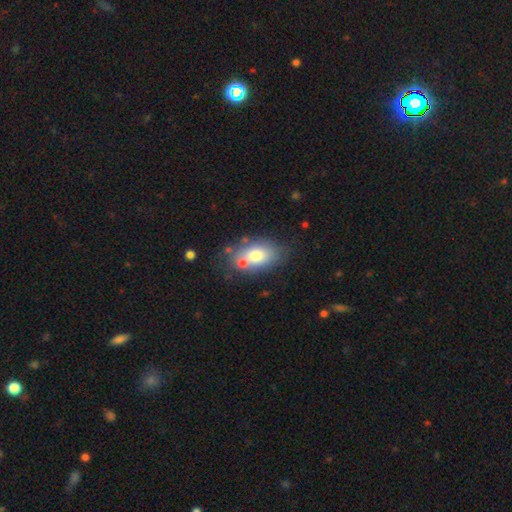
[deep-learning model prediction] A smooth galaxy with no disk features (73%) that is in between round and cigar-shaped (86%).

Vote fractions:
- Smooth or featured? smooth: 73% / featured or disk: 19% / star or artifact: 9%
- How rounded? in between: 86% / round: 12% / cigar-shaped: 2%
- Merging? none: 61% / merger: 17% / minor disturbance: 17% / major disturbance: 5%